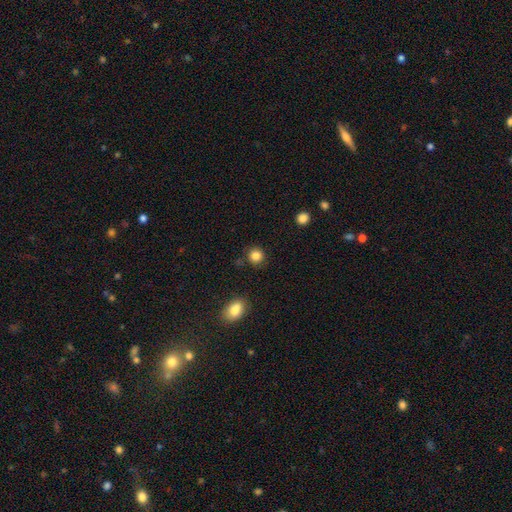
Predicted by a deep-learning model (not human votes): Smooth or featured? Predicted: smooth (p=0.85). How rounded? Predicted: round (p=0.89). Merging? Predicted: none (p=0.84).